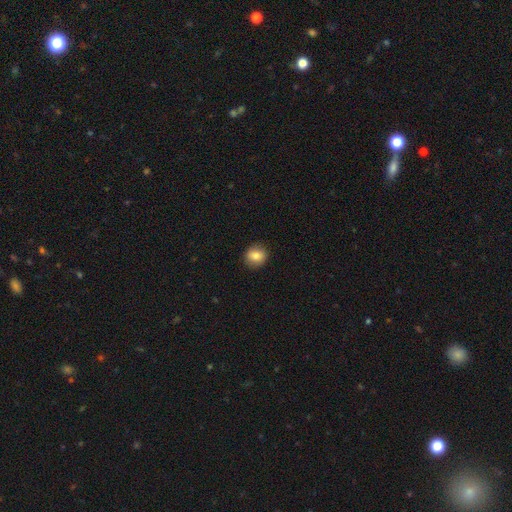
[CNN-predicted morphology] A smooth galaxy with no disk features (82%) that is round (75%). Merging: none (89%).